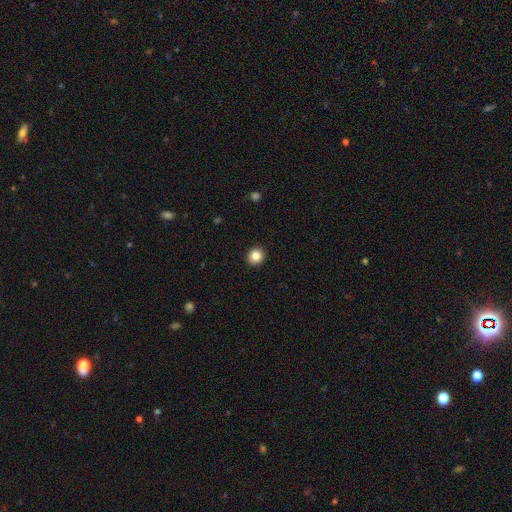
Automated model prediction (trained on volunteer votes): Smooth or featured? smooth (85%)
How rounded? round (84%)
Merging? none (92%)